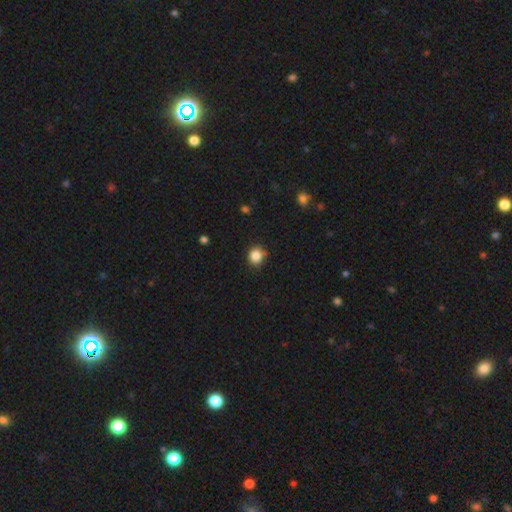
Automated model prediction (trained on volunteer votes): This is clearly a smooth galaxy (85%). How rounded: clearly round (83%). Merging: clearly none (84%).